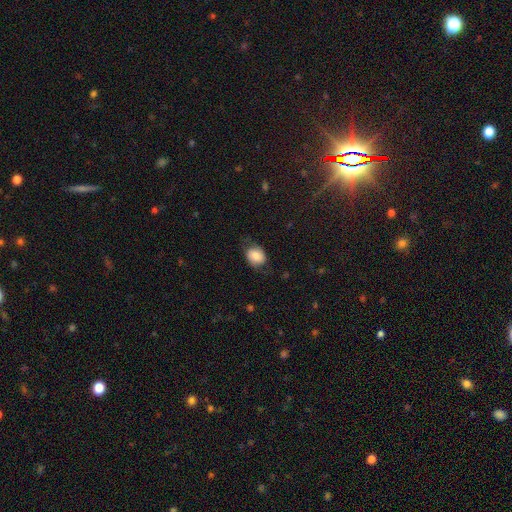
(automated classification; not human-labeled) Morphology: type=smooth (73%); roundness=in between (57%); merging=none (62%).